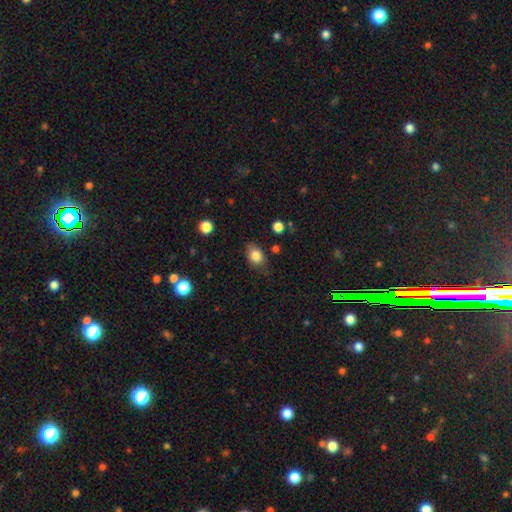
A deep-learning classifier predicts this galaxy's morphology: Smooth or featured?
  - smooth: 82% *
  - featured or disk: 9%
  - star or artifact: 9%
How rounded?
  - in between: 70% *
  - round: 28%
  - cigar-shaped: 2%
Merging?
  - none: 71% *
  - minor disturbance: 22%
  - major disturbance: 6%
  - merger: 2%